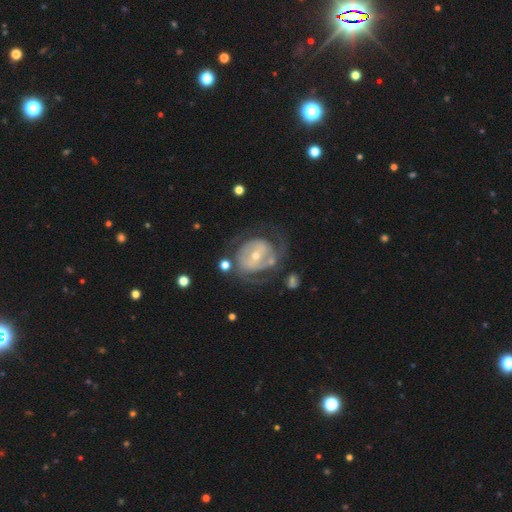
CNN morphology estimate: smooth-or-featured: featured or disk: 79% | smooth: 15% | star or artifact: 7%
  disk-edge-on: no: 96% | yes: 4%
    bar: no: 40% | weak: 37% | strong: 23%
    has-spiral-arms: yes: 72% | no: 28%
      spiral-winding: tight: 51% | medium: 34% | loose: 15%
      spiral-arm-count: 2: 46% | can't tell: 34% | 3: 8% | 1: 7% | 4: 3% | more than 4: 2%
    bulge-size: small: 58% | moderate: 38% | large: 2% | none: 1% | dominant: 1%
  merging: none: 52% | major disturbance: 22% | minor disturbance: 20% | merger: 6%